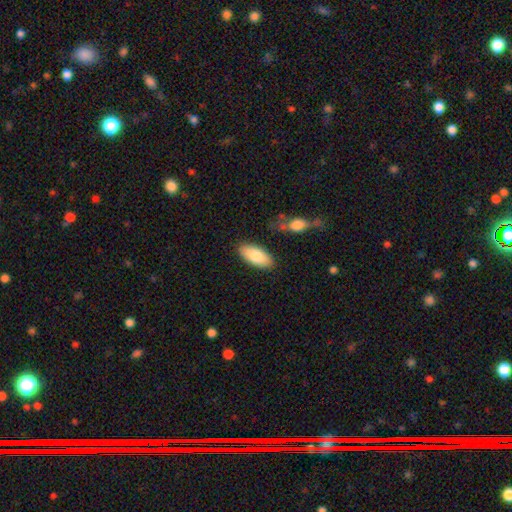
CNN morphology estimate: Smooth or featured: smooth — 80% (featured or disk — 14%)
How rounded: in between — 89% (cigar-shaped — 8%)
Merging: none — 83% (minor disturbance — 11%)